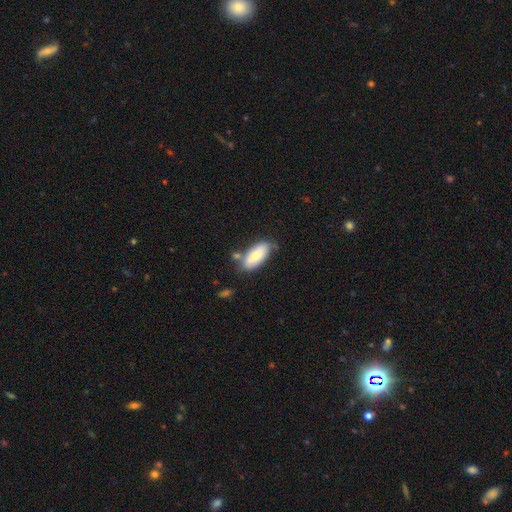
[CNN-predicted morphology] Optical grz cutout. It shows a smooth galaxy with no disk features (73%) that is in between round and cigar-shaped (86%). Merging: none (64%).